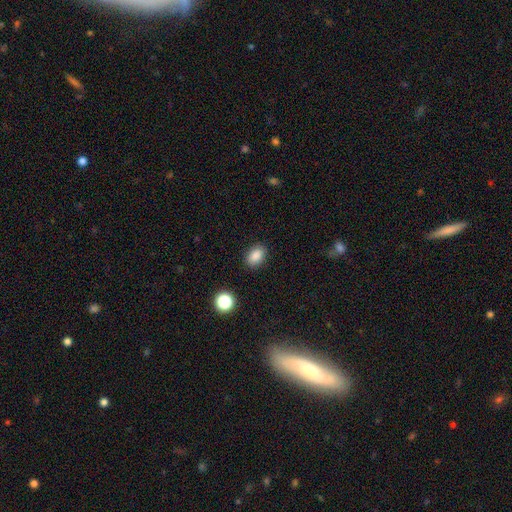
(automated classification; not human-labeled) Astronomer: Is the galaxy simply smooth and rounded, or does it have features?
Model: smooth — 86%.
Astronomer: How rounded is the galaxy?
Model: in between — 78%.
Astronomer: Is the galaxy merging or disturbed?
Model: none — 88%.